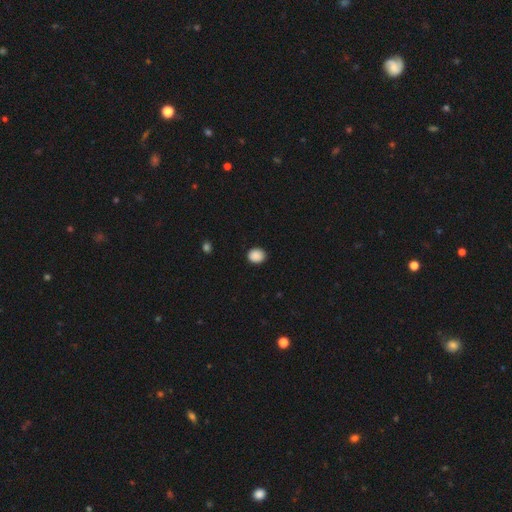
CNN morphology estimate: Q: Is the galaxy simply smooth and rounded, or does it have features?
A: smooth — 89%.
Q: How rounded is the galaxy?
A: round — 66%.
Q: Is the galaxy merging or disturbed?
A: none — 89%.